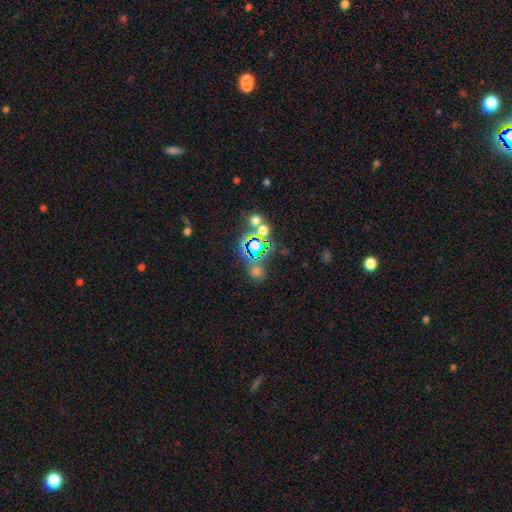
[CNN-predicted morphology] Smooth or featured? Predicted: star or artifact (p=0.68).